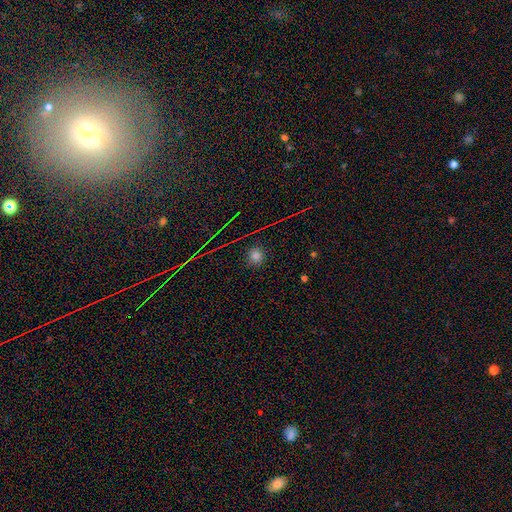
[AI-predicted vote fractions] Morphology: type=smooth (70%); roundness=round (90%); merging=none (86%).